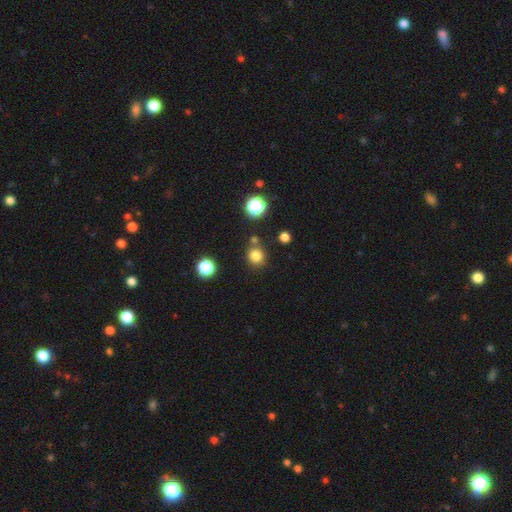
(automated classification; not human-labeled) smooth 80%, star or artifact 15%, featured or disk 5%. Down the decision tree: how rounded — round (90%); merging — none (78%).